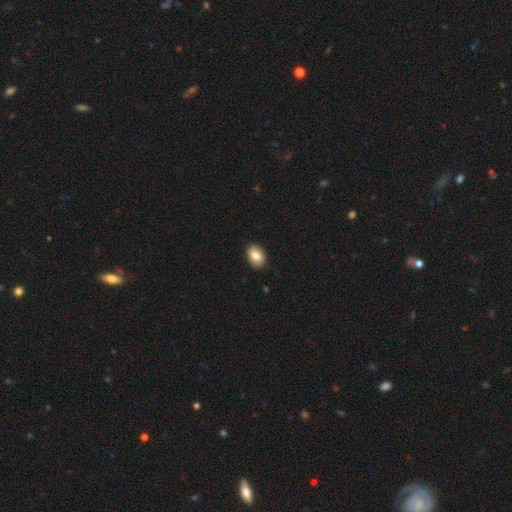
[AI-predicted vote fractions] This appears to be a smooth galaxy with no disk features (82%) that is in between round and cigar-shaped (82%). Merging: none (89%).